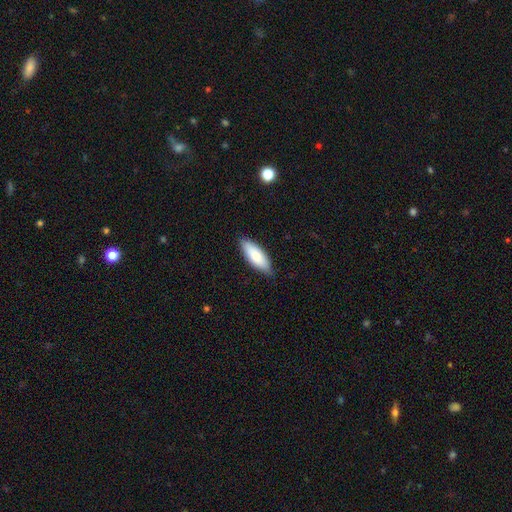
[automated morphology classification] Overall: smooth (83%). How rounded: in between (70%). Merging: none (83%).